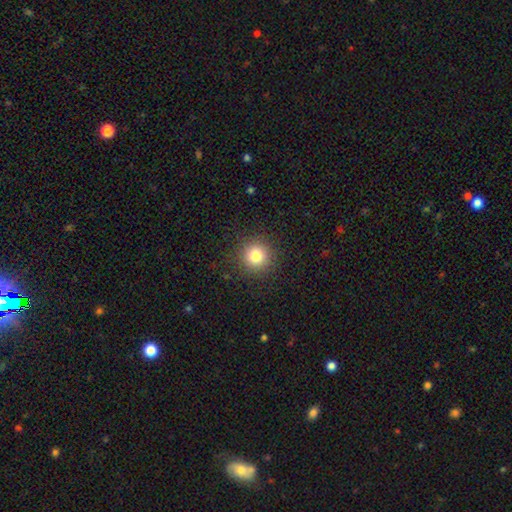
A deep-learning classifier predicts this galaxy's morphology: smooth-or-featured: smooth: 81% | star or artifact: 13% | featured or disk: 7%
  how-rounded: round: 95% | in between: 4% | cigar-shaped: 1%
  merging: none: 90% | minor disturbance: 6% | major disturbance: 3% | merger: 1%